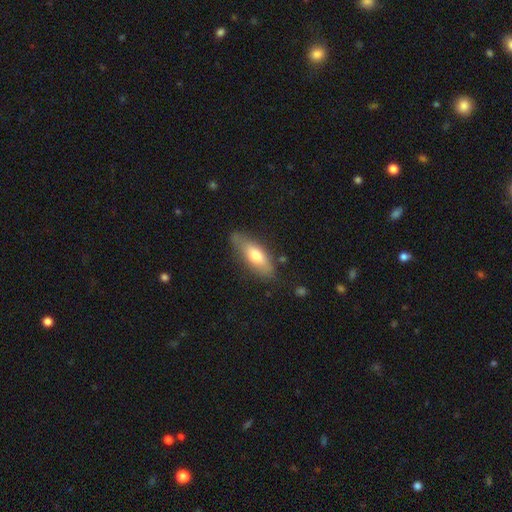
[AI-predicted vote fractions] This is likely a smooth galaxy (66%). How rounded: likely in between (60%). Merging: likely none (73%).